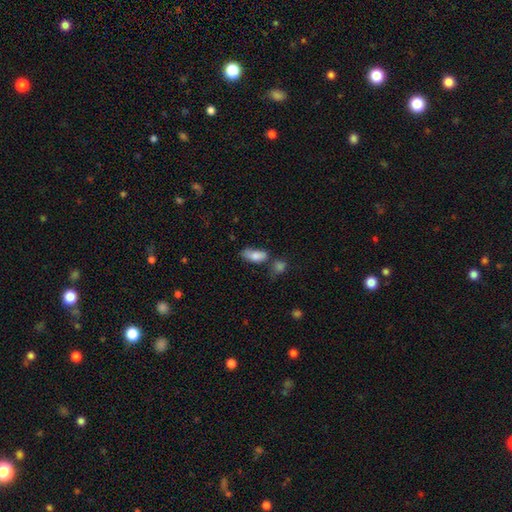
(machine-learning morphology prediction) Smooth or featured?
  - smooth: 79% *
  - featured or disk: 14%
  - star or artifact: 8%
How rounded?
  - in between: 81% *
  - cigar-shaped: 15%
  - round: 4%
Merging?
  - none: 45% *
  - minor disturbance: 24%
  - merger: 21%
  - major disturbance: 10%